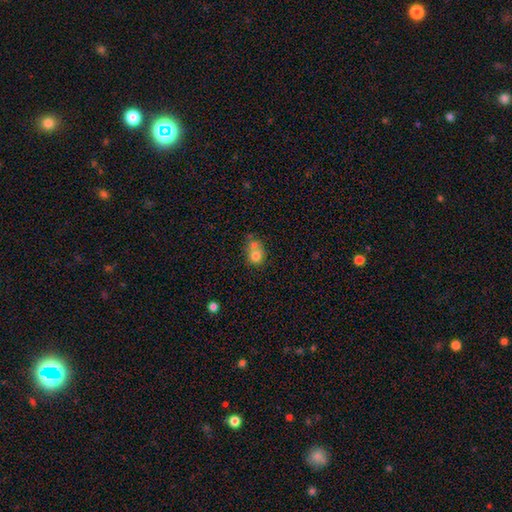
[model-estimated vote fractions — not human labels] Smooth or featured?
  - smooth: 74% *
  - featured or disk: 15%
  - star or artifact: 11%
How rounded?
  - round: 72% *
  - in between: 27%
  - cigar-shaped: 1%
Merging?
  - merger: 52% *
  - none: 33%
  - minor disturbance: 10%
  - major disturbance: 5%